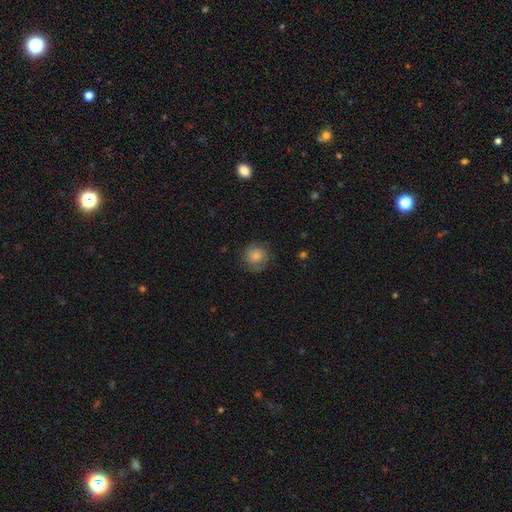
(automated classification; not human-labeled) smooth 68%, featured or disk 24%, star or artifact 9%. Down the decision tree: how rounded — round (90%); merging — none (76%).